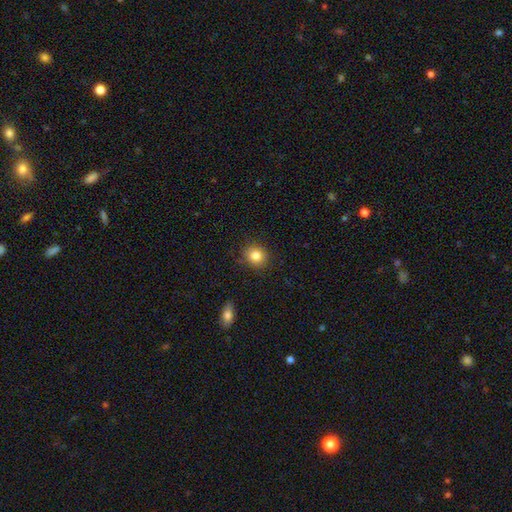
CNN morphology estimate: smooth_or_featured: smooth (p=0.84) [alt: star or artifact p=0.10]
how_rounded: round (p=0.81) [alt: in between p=0.18]
merging: none (p=0.87) [alt: minor disturbance p=0.09]